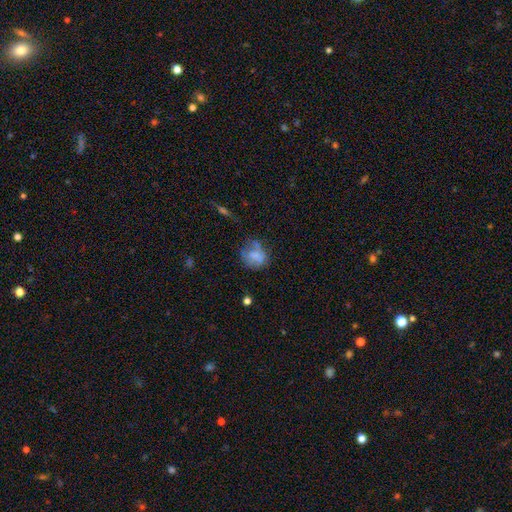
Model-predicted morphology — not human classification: Q: Smooth or featured?
A: smooth (62%); runner-up: featured or disk (26%)
Q: How rounded?
A: round (67%); runner-up: in between (31%)
Q: Merging?
A: none (50%); runner-up: minor disturbance (26%)